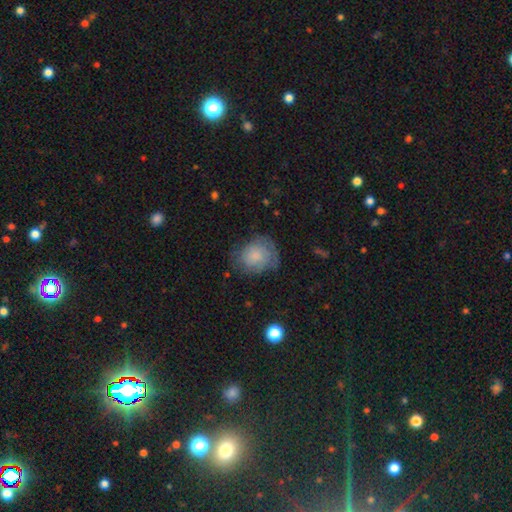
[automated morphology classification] smooth_or_featured: smooth (p=0.61) [alt: featured or disk p=0.30]
how_rounded: round (p=0.66) [alt: in between p=0.33]
merging: none (p=0.61) [alt: minor disturbance p=0.26]